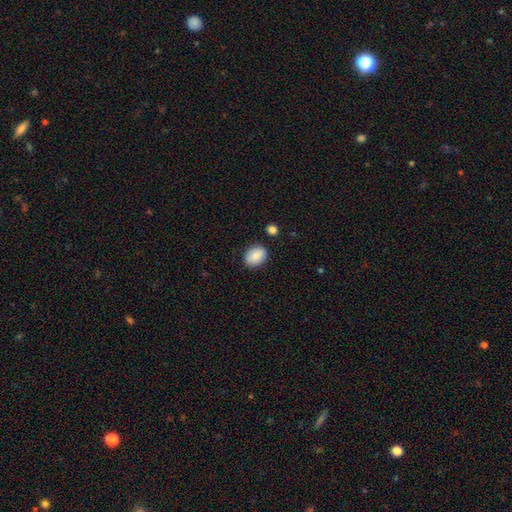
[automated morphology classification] The model was most divided on "how rounded": in between: 69%, round: 30%, cigar-shaped: 1%. More confident: smooth or featured — smooth (86%); merging — none (85%).